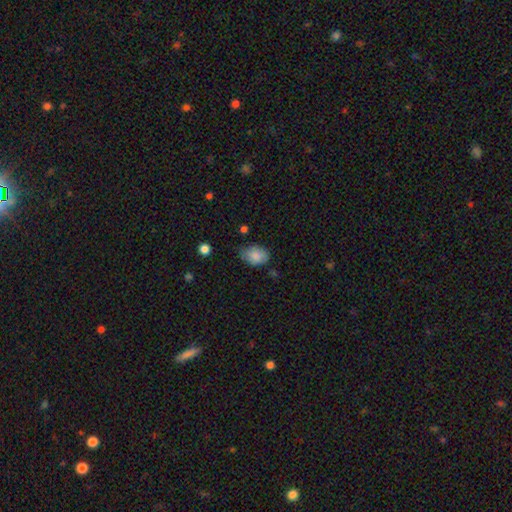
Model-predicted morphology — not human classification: smooth 85%, star or artifact 7%, featured or disk 7%. Down the decision tree: how rounded — in between (79%); merging — none (62%).